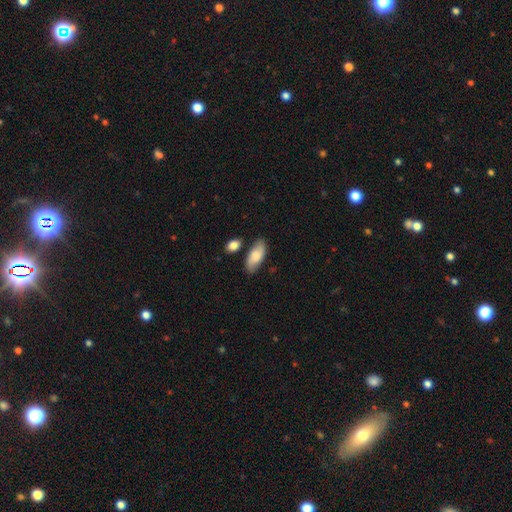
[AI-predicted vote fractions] This appears to be a smooth galaxy with no disk features (72%) that is in between round and cigar-shaped (87%). Merging: none (78%).